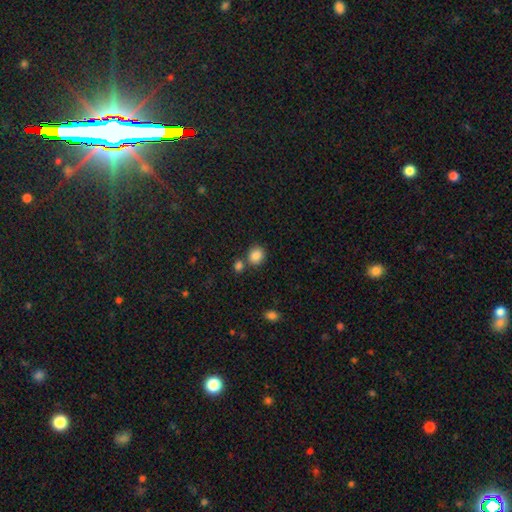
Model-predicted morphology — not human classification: A smooth galaxy with no disk features (86%) that is round (76%).

Vote fractions:
- Smooth or featured? smooth: 86% / star or artifact: 10% / featured or disk: 5%
- How rounded? round: 76% / in between: 23% / cigar-shaped: 1%
- Merging? none: 66% / merger: 21% / minor disturbance: 10% / major disturbance: 3%